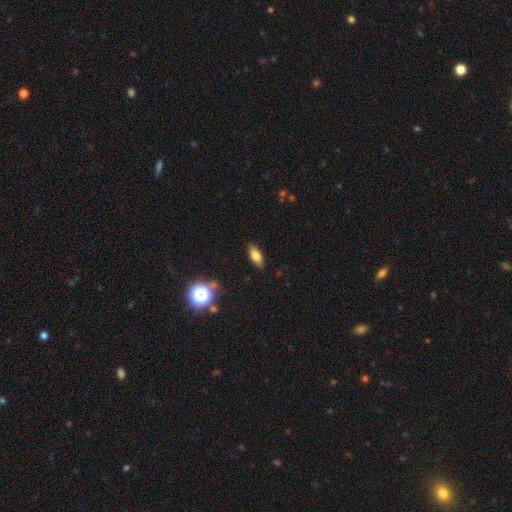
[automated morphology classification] Smooth or featured?
  - smooth: 76% *
  - featured or disk: 14%
  - star or artifact: 11%
How rounded?
  - in between: 78% *
  - cigar-shaped: 17%
  - round: 5%
Merging?
  - none: 87% *
  - minor disturbance: 10%
  - major disturbance: 2%
  - merger: 1%